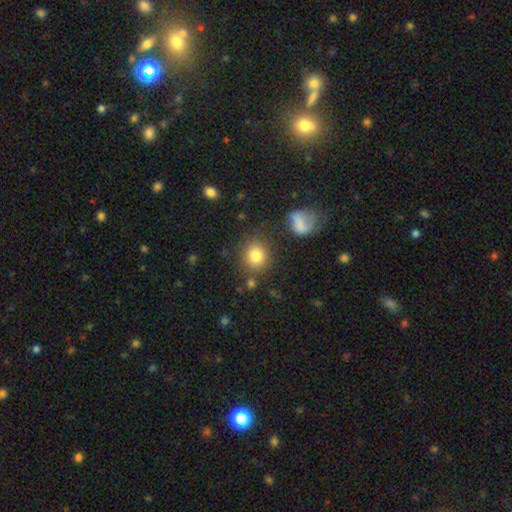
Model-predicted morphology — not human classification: smooth 82%, star or artifact 10%, featured or disk 8%. Down the decision tree: how rounded — round (82%); merging — none (78%).